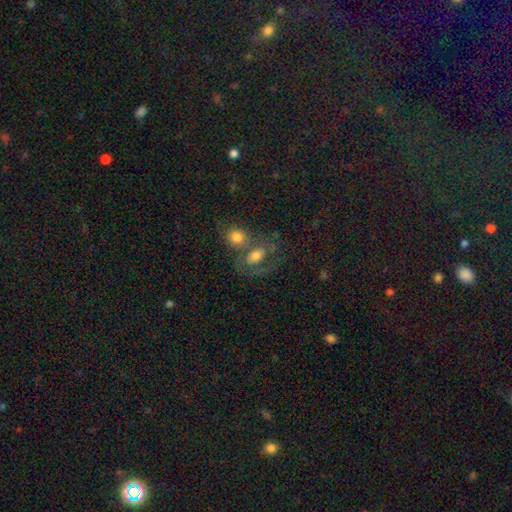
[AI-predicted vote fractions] This is possibly a smooth galaxy (59%). How rounded: likely in between (70%). Merging: marginally merger (39%).